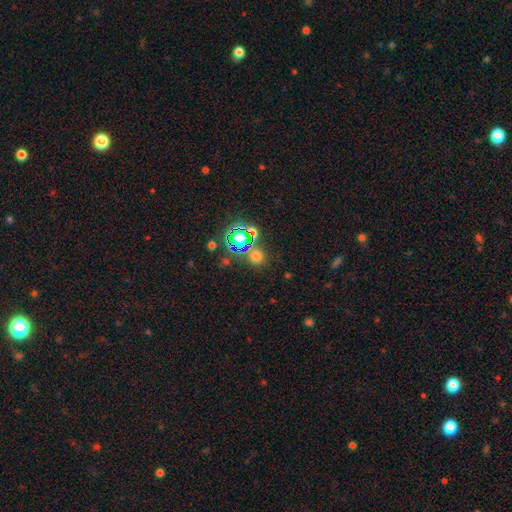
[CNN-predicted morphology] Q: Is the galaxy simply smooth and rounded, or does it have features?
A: smooth — 57%.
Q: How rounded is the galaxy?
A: round — 86%.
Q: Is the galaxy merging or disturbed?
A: none — 77%.